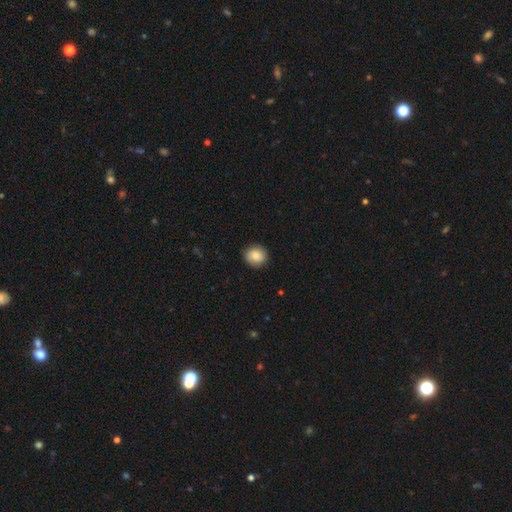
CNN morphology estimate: A smooth galaxy with no disk features (84%) that is round (84%).

Vote fractions:
- Smooth or featured? smooth: 84% / featured or disk: 9% / star or artifact: 8%
- How rounded? round: 84% / in between: 15% / cigar-shaped: 1%
- Merging? none: 88% / minor disturbance: 9% / major disturbance: 2% / merger: 1%